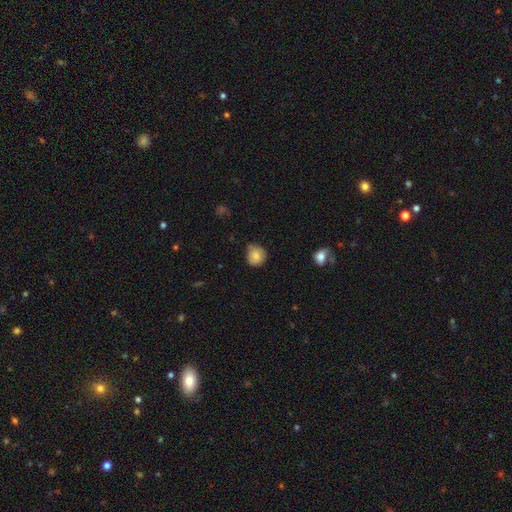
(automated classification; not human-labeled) A smooth galaxy with no disk features (83%) that is round (85%). Merging: none (70%).